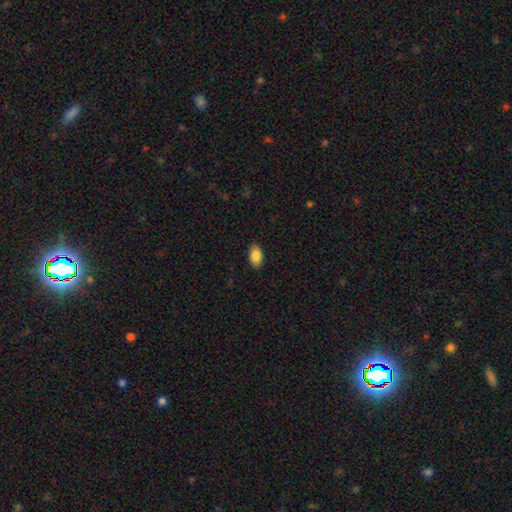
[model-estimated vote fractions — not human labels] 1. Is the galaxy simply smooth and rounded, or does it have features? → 87% smooth, 7% star or artifact, 6% featured or disk.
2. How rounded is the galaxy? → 93% in between, 6% round, 2% cigar-shaped.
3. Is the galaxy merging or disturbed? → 89% none, 9% minor disturbance, 2% major disturbance, 1% merger.